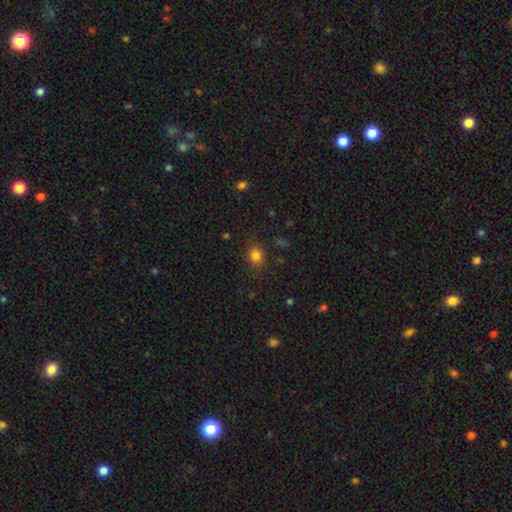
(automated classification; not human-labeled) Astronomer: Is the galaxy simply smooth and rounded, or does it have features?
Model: smooth — 80%.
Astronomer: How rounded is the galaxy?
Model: round — 70%.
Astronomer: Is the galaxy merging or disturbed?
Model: none — 82%.